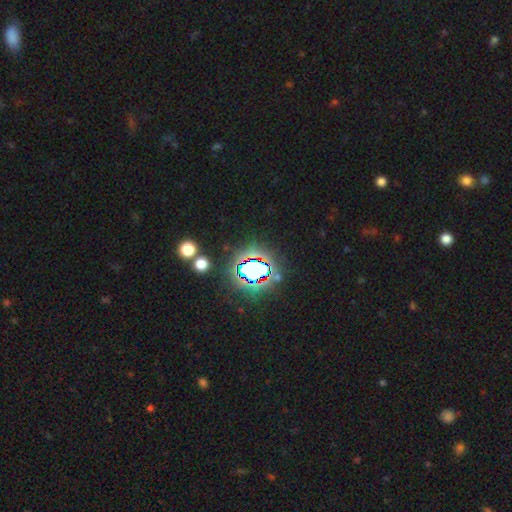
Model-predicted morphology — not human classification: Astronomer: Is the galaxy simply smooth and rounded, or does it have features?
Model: star or artifact — 81%.